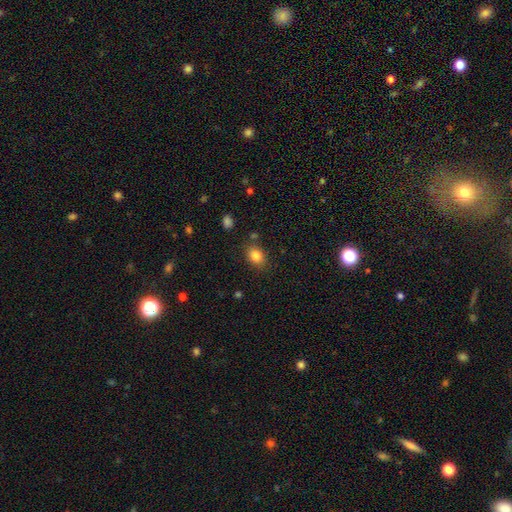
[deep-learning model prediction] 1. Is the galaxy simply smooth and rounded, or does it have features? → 84% smooth, 10% star or artifact, 6% featured or disk.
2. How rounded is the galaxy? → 64% in between, 35% round, 1% cigar-shaped.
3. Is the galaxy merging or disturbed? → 80% none, 12% minor disturbance, 4% merger, 3% major disturbance.